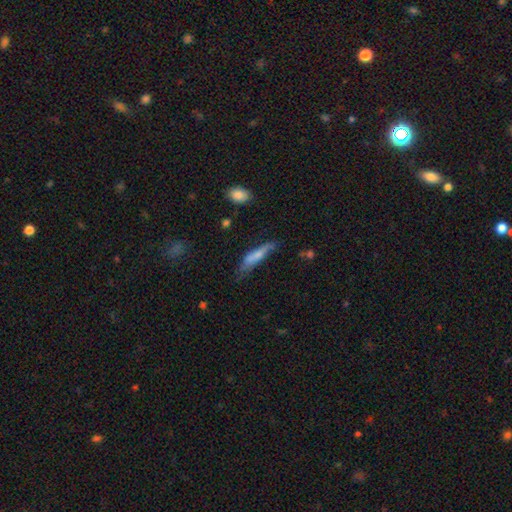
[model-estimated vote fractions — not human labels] A smooth galaxy with no disk features (64%) that is cigar-shaped (78%). Merging: none (46%).